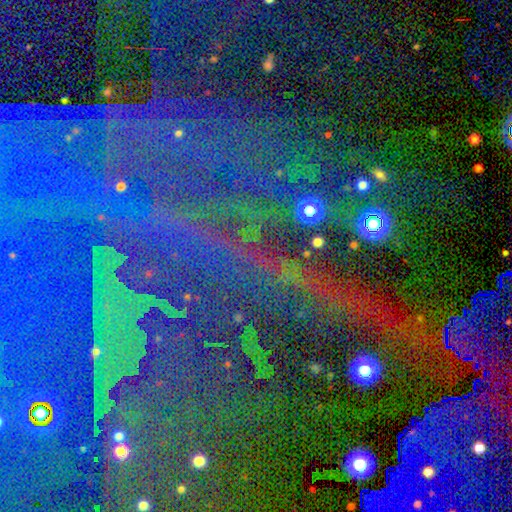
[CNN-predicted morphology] The model was most divided on "smooth or featured": star or artifact: 83%, featured or disk: 10%, smooth: 7%.